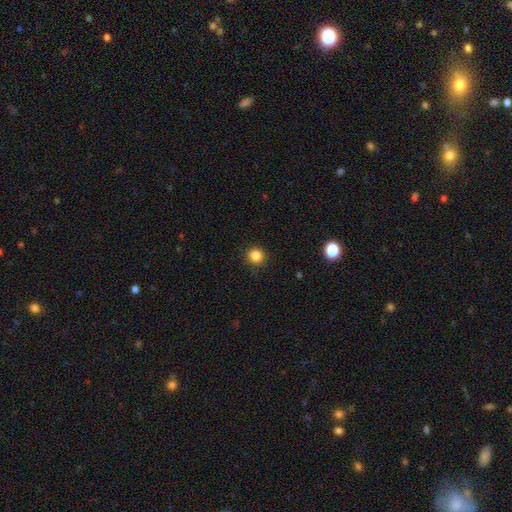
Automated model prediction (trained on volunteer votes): This is clearly a smooth galaxy (84%). How rounded: clearly round (93%). Merging: clearly none (91%).